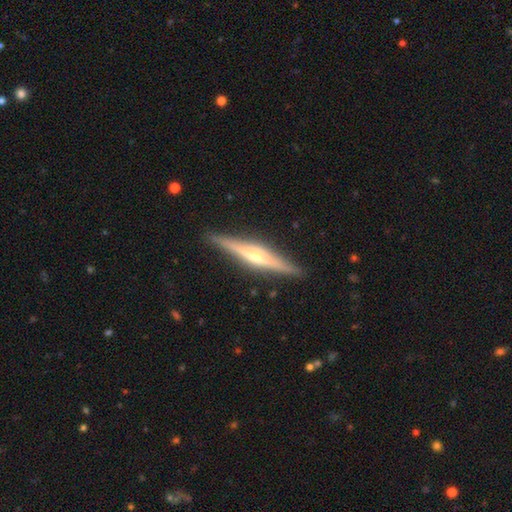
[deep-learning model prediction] Smooth or featured?
  - featured or disk: 76% *
  - smooth: 18%
  - star or artifact: 5%
Edge-on disk?
  - yes: 98% *
  - no: 2%
Edge-on bulge?
  - rounded: 77% *
  - boxy: 12%
  - none: 11%
Merging?
  - none: 90% *
  - minor disturbance: 7%
  - major disturbance: 2%
  - merger: 1%